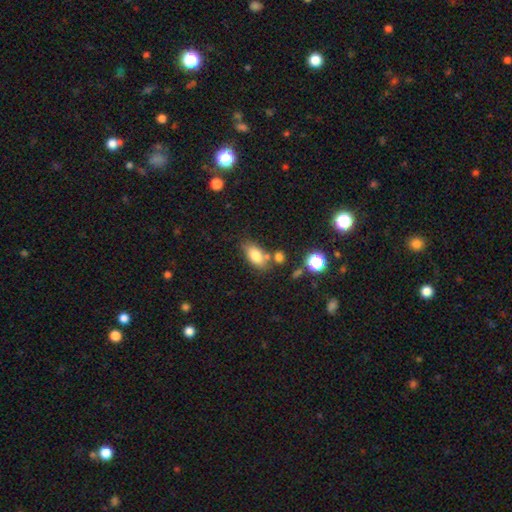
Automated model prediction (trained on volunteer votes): Morphology: type=smooth (79%); roundness=in between (86%); merging=none (64%).